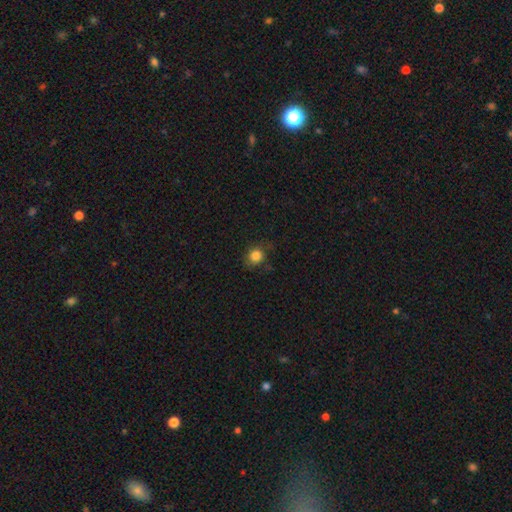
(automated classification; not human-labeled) smooth_or_featured: smooth (p=0.84) [alt: star or artifact p=0.11]
how_rounded: round (p=0.79) [alt: in between p=0.20]
merging: none (p=0.77) [alt: minor disturbance p=0.17]